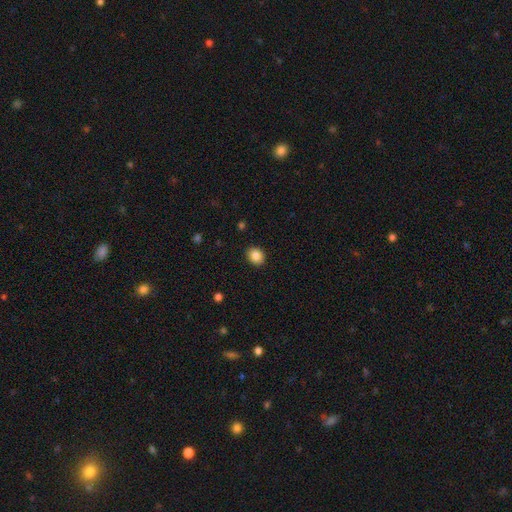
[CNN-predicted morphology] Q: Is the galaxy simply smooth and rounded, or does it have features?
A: smooth — 86%.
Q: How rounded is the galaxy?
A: round — 55%.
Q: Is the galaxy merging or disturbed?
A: none — 90%.